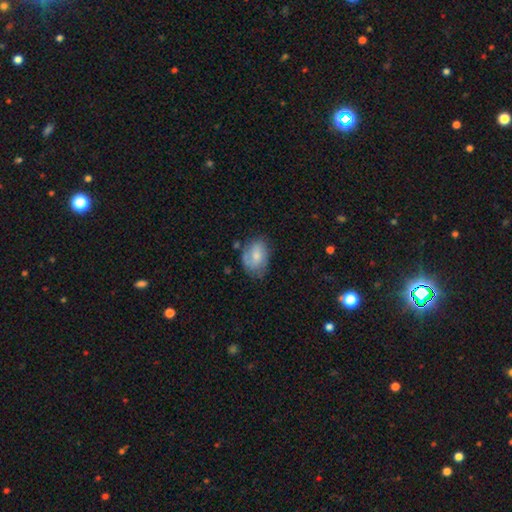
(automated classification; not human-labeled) A smooth galaxy with no disk features (56%) that is in between round and cigar-shaped (76%).

Vote fractions:
- Smooth or featured? smooth: 56% / featured or disk: 36% / star or artifact: 7%
- How rounded? in between: 76% / round: 23% / cigar-shaped: 1%
- Merging? none: 58% / minor disturbance: 28% / major disturbance: 11% / merger: 3%